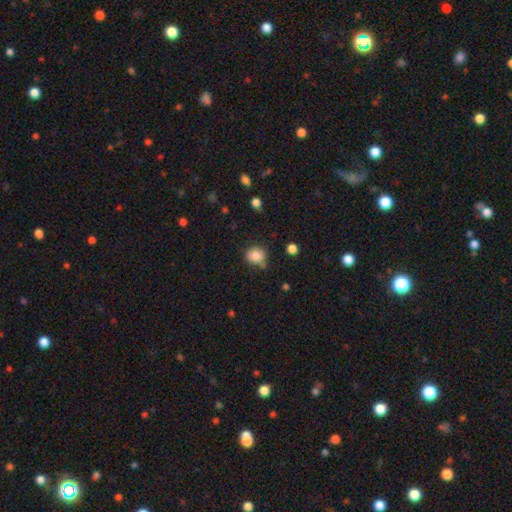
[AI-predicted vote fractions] This appears to be a smooth galaxy with no disk features (84%) that is round (73%). Merging: none (71%).